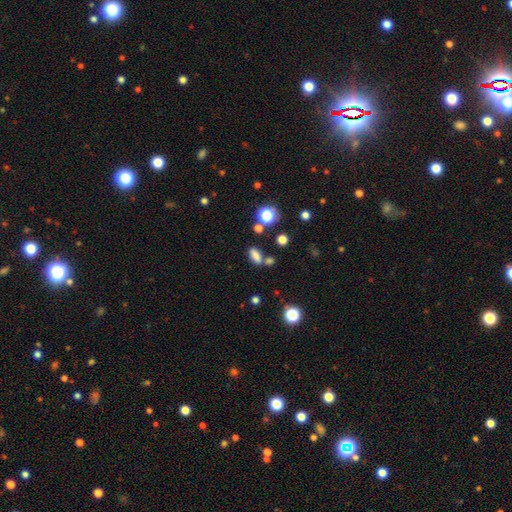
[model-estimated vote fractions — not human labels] Q: Smooth or featured?
A: smooth (76%); runner-up: star or artifact (17%)
Q: How rounded?
A: in between (79%); runner-up: round (11%)
Q: Merging?
A: none (61%); runner-up: merger (21%)